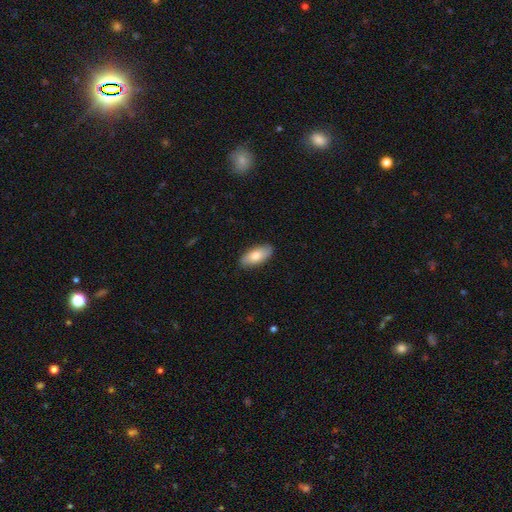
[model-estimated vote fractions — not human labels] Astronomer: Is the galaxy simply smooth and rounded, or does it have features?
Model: smooth — 78%.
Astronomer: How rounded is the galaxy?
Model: in between — 90%.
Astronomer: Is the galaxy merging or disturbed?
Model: none — 89%.